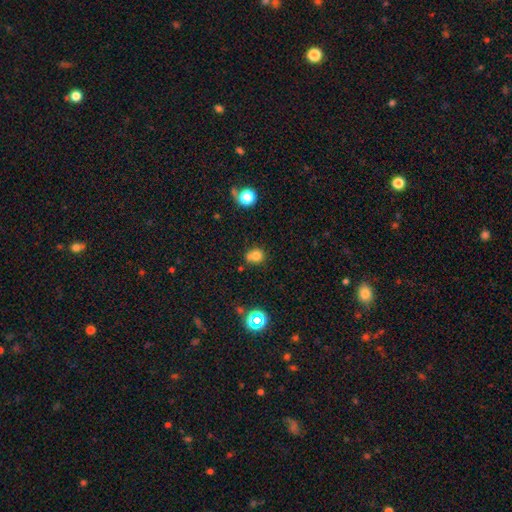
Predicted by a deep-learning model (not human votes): Morphology: type=smooth (74%); roundness=round (74%); merging=none (54%).